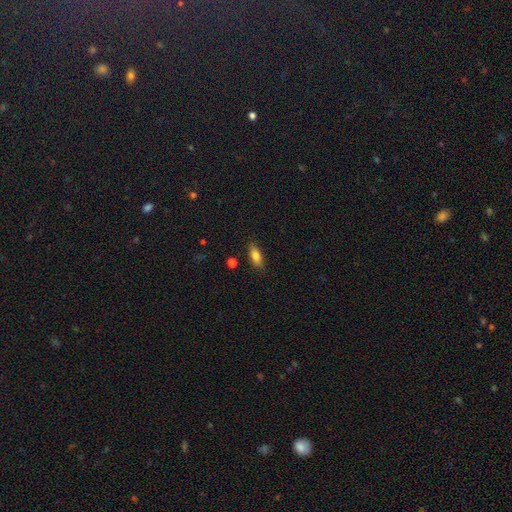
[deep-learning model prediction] Smooth or featured? Predicted: smooth (p=0.80). How rounded? Predicted: in between (p=0.77). Merging? Predicted: none (p=0.84).